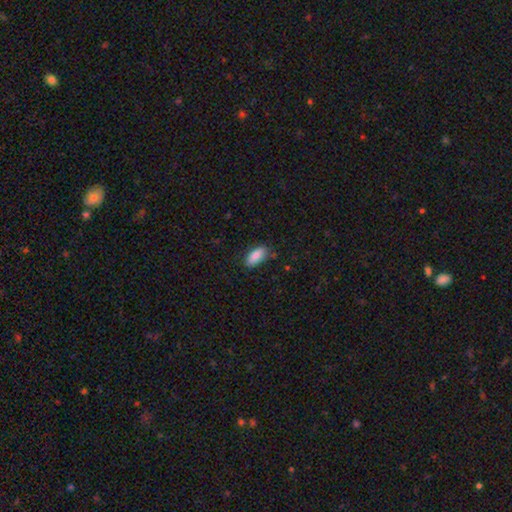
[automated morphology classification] smooth 86%, featured or disk 7%, star or artifact 7%. Down the decision tree: how rounded — in between (84%); merging — none (78%).